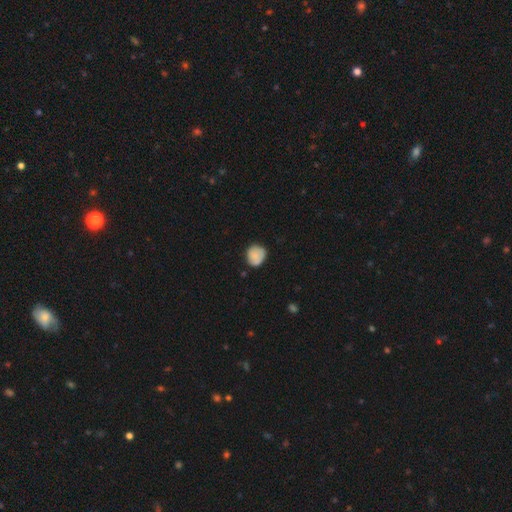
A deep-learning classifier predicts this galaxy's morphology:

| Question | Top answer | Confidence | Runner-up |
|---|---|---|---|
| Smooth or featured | smooth | 79% | featured or disk (13%) |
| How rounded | round | 76% | in between (23%) |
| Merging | none | 69% | minor disturbance (24%) |